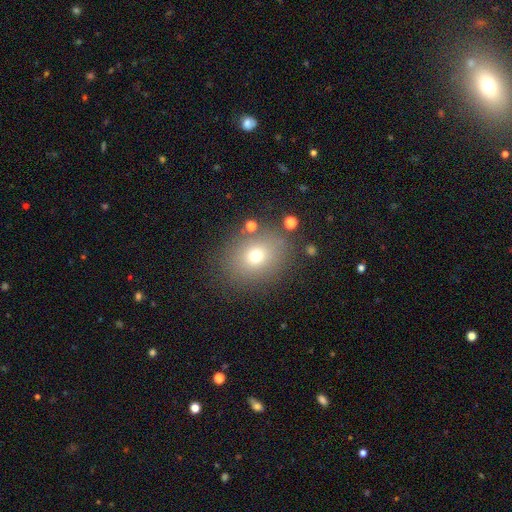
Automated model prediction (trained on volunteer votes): smooth 70%, star or artifact 16%, featured or disk 14%. Down the decision tree: how rounded — round (58%); merging — none (81%).